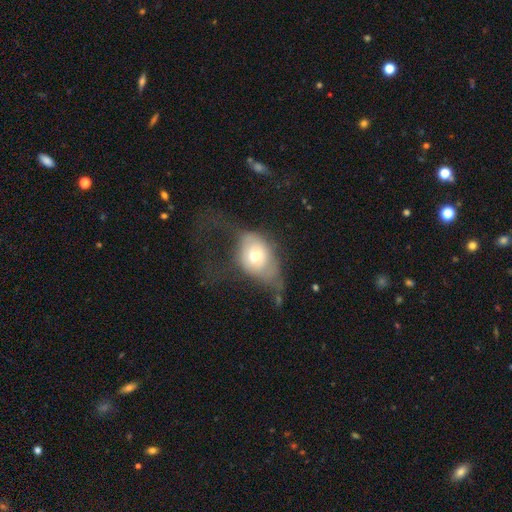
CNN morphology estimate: The model was most divided on "smooth or featured": smooth: 59%, featured or disk: 32%, star or artifact: 9%. More confident: how rounded — in between (65%); merging — major disturbance (54%).